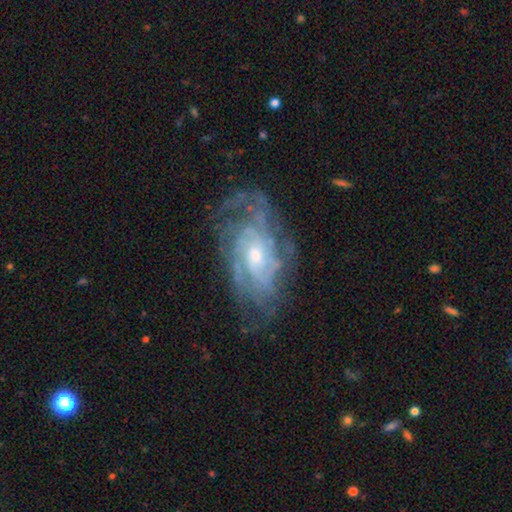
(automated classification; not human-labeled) Smooth or featured? Predicted: featured or disk (p=0.86). Edge-on disk? Predicted: no (p=0.95). Bar? Predicted: no (p=0.68). Spiral arms? Predicted: yes (p=0.92). Spiral winding? Predicted: tight (p=0.62). Spiral arm count? Predicted: can't tell (p=0.46). Bulge size? Predicted: small (p=0.52). Merging? Predicted: none (p=0.68).